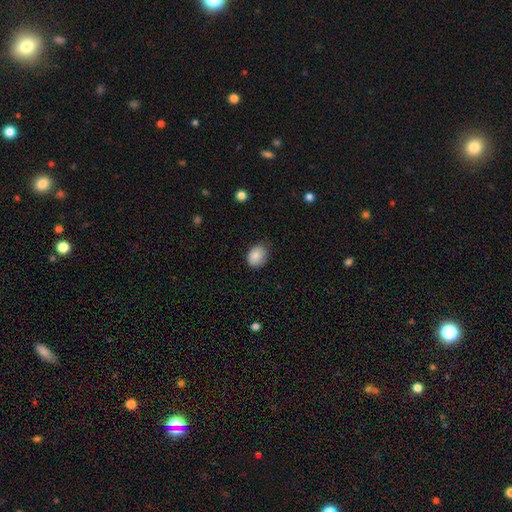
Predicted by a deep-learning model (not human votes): Q: Smooth or featured?
A: smooth (86%); runner-up: star or artifact (8%)
Q: How rounded?
A: in between (59%); runner-up: round (40%)
Q: Merging?
A: none (76%); runner-up: minor disturbance (20%)